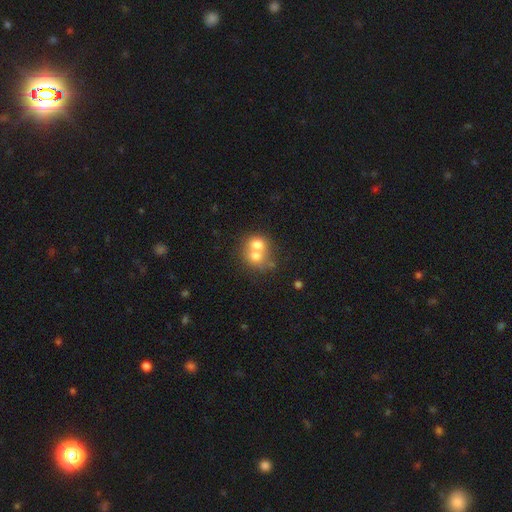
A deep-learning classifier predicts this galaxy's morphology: Smooth or featured?
  - smooth: 64% *
  - featured or disk: 25%
  - star or artifact: 10%
How rounded?
  - round: 70% *
  - in between: 29%
  - cigar-shaped: 1%
Merging?
  - merger: 68% *
  - none: 23%
  - minor disturbance: 5%
  - major disturbance: 3%